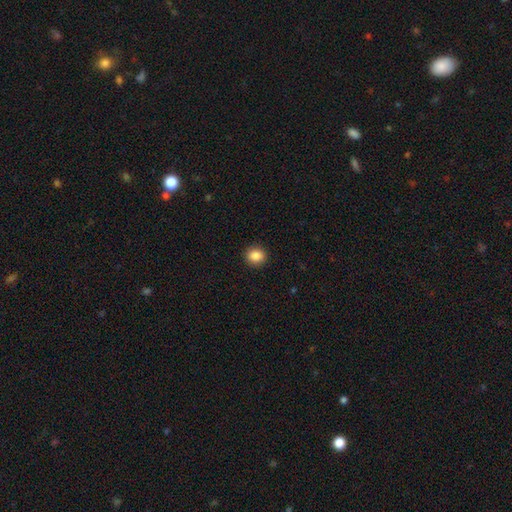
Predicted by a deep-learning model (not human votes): smooth_or_featured: smooth (p=0.87) [alt: star or artifact p=0.09]
how_rounded: round (p=0.77) [alt: in between p=0.22]
merging: none (p=0.91) [alt: minor disturbance p=0.06]